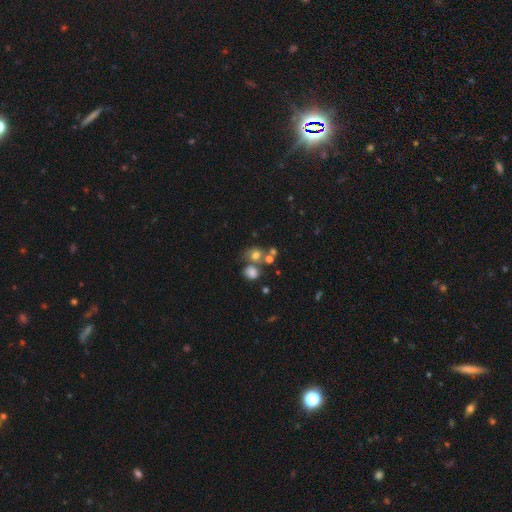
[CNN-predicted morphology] smooth-or-featured: smooth: 62% | star or artifact: 20% | featured or disk: 18%
  how-rounded: round: 77% | in between: 22% | cigar-shaped: 1%
  merging: none: 47% | merger: 33% | minor disturbance: 12% | major disturbance: 8%